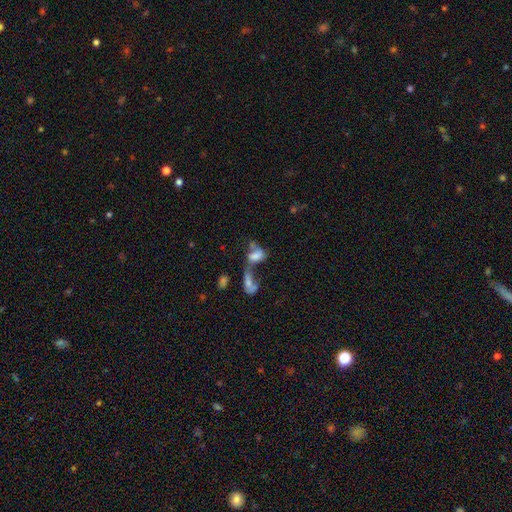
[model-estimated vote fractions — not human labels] Smooth or featured: smooth — 58% (featured or disk — 28%)
How rounded: in between — 85% (round — 10%)
Merging: merger — 63% (major disturbance — 16%)